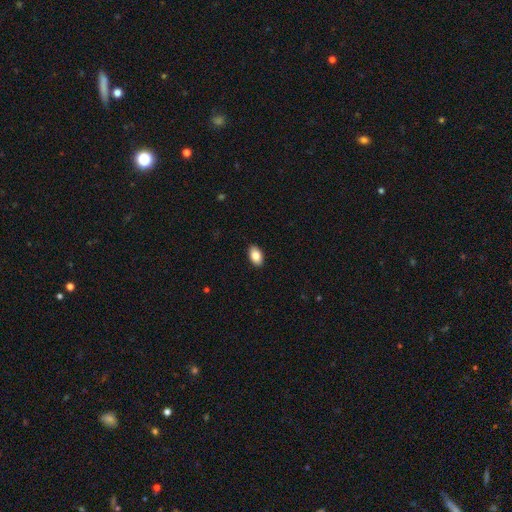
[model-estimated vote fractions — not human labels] Q: Smooth or featured?
A: smooth (85%); runner-up: featured or disk (7%)
Q: How rounded?
A: in between (92%); runner-up: round (7%)
Q: Merging?
A: none (90%); runner-up: minor disturbance (7%)